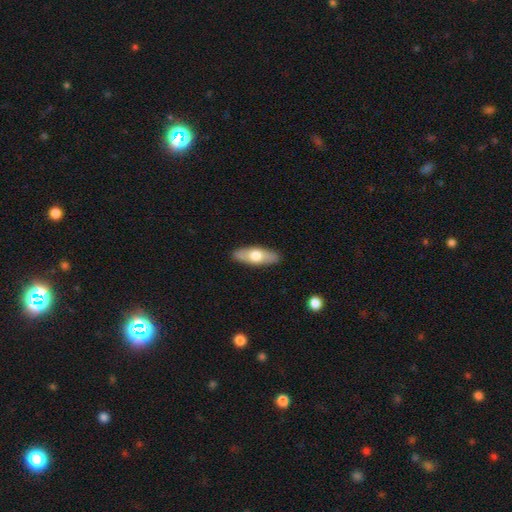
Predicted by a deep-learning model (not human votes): Q: Smooth or featured?
A: smooth (61%); runner-up: featured or disk (33%)
Q: How rounded?
A: in between (65%); runner-up: cigar-shaped (33%)
Q: Merging?
A: none (90%); runner-up: minor disturbance (8%)